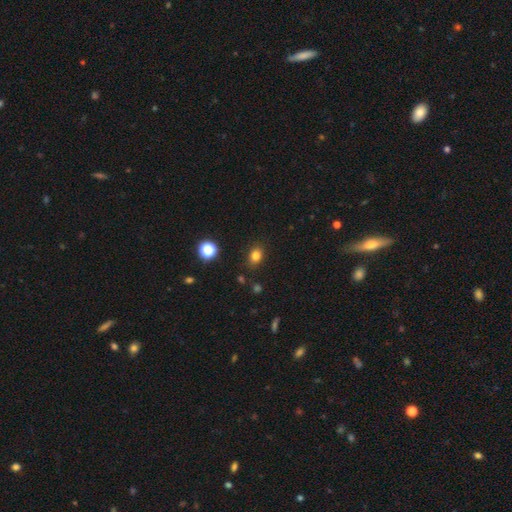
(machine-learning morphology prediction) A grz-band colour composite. It shows a smooth galaxy with no disk features (80%) that is in between round and cigar-shaped (61%). Merging: none (85%).